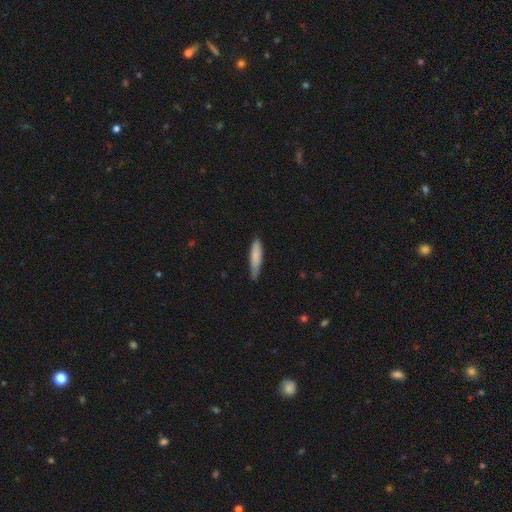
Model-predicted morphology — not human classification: Smooth or featured? Predicted: smooth (p=0.80). How rounded? Predicted: cigar-shaped (p=0.80). Merging? Predicted: none (p=0.70).